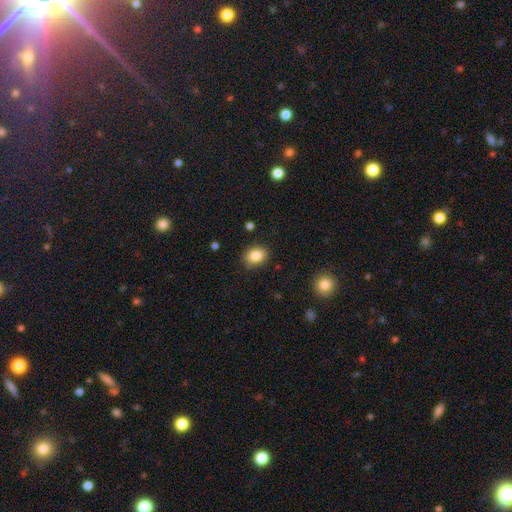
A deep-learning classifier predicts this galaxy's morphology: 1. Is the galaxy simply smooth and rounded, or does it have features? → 85% smooth, 9% star or artifact, 6% featured or disk.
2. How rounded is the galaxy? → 58% in between, 41% round, 1% cigar-shaped.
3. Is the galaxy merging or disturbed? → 85% none, 11% minor disturbance, 3% major disturbance, 2% merger.